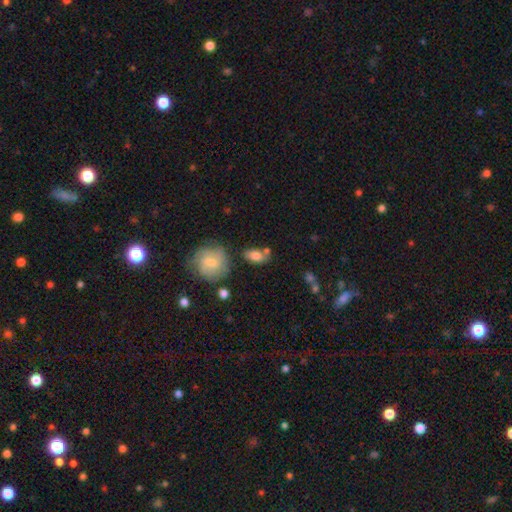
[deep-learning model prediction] smooth_or_featured: smooth (p=0.78) [alt: featured or disk p=0.15]
how_rounded: in between (p=0.85) [alt: round p=0.11]
merging: none (p=0.63) [alt: minor disturbance p=0.18]